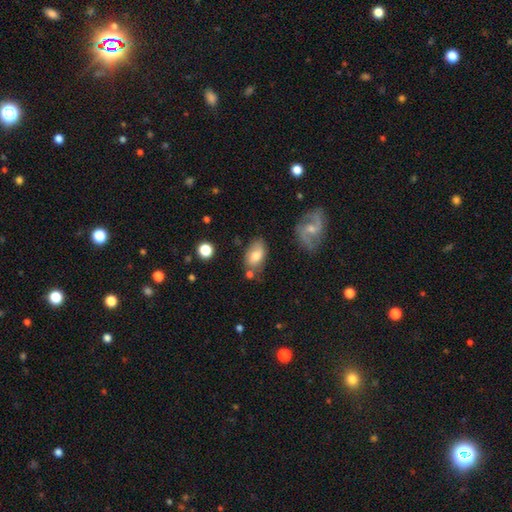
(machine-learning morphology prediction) A smooth galaxy with no disk features (71%) that is in between round and cigar-shaped (89%).

Vote fractions:
- Smooth or featured? smooth: 71% / featured or disk: 21% / star or artifact: 8%
- How rounded? in between: 89% / round: 8% / cigar-shaped: 2%
- Merging? none: 62% / minor disturbance: 22% / merger: 10% / major disturbance: 6%